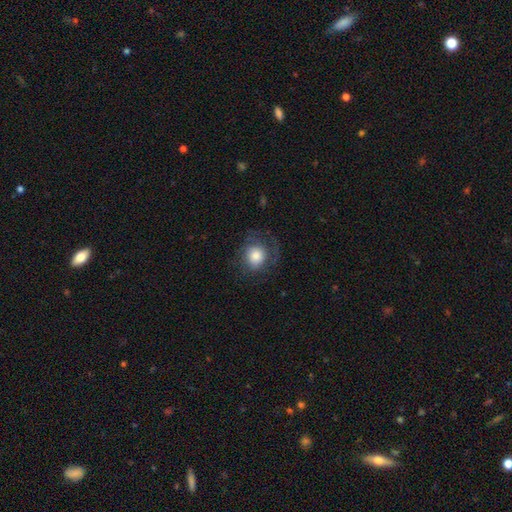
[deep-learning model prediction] smooth 65%, featured or disk 26%, star or artifact 9%. Down the decision tree: how rounded — round (83%); merging — none (65%).